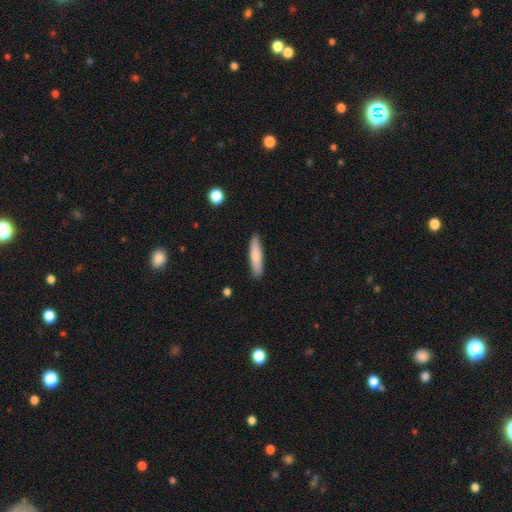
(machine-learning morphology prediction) Smooth or featured?
  - smooth: 79% *
  - featured or disk: 15%
  - star or artifact: 5%
How rounded?
  - cigar-shaped: 78% *
  - in between: 21%
  - round: 1%
Merging?
  - none: 87% *
  - minor disturbance: 10%
  - major disturbance: 2%
  - merger: 1%